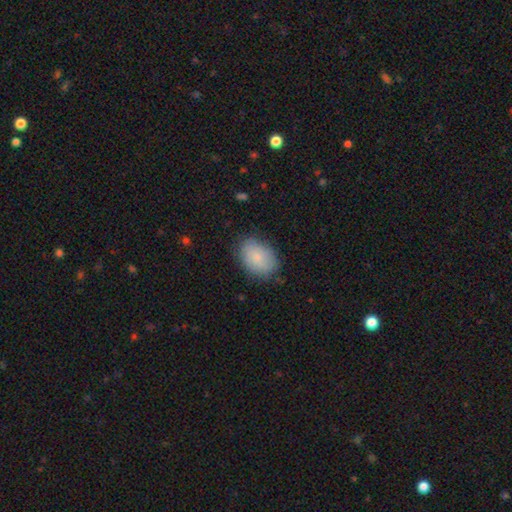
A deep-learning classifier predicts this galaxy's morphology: smooth_or_featured: smooth (p=0.82) [alt: featured or disk p=0.11]
how_rounded: in between (p=0.80) [alt: round p=0.18]
merging: none (p=0.77) [alt: minor disturbance p=0.17]